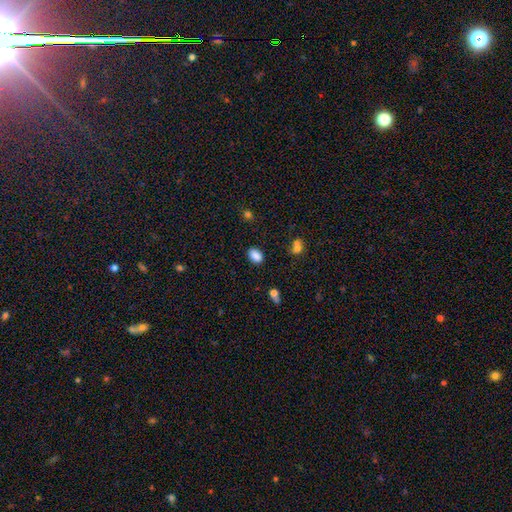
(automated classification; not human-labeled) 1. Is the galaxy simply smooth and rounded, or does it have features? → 86% smooth, 10% star or artifact, 4% featured or disk.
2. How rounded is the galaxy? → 82% in between, 17% round, 1% cigar-shaped.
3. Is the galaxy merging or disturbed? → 82% none, 12% minor disturbance, 3% major disturbance, 3% merger.